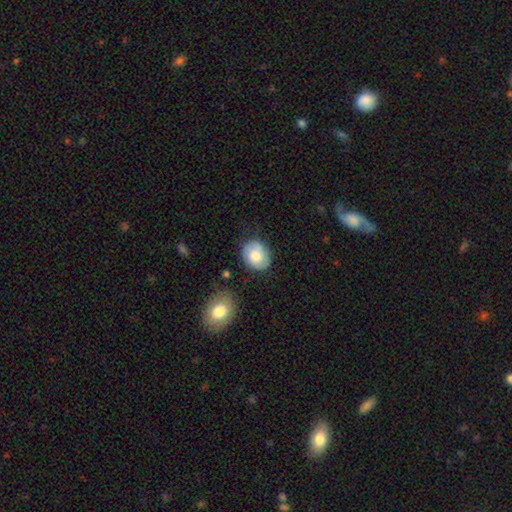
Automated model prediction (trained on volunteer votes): Morphology: type=smooth (73%); roundness=round (56%); merging=none (75%).